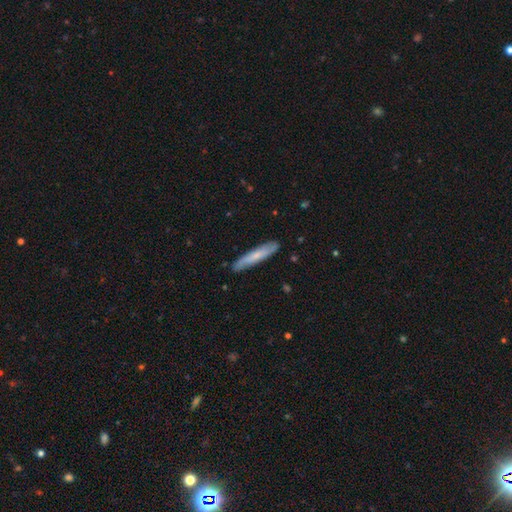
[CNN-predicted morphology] type=smooth (62%); roundness=cigar-shaped (91%); merging=none (86%).